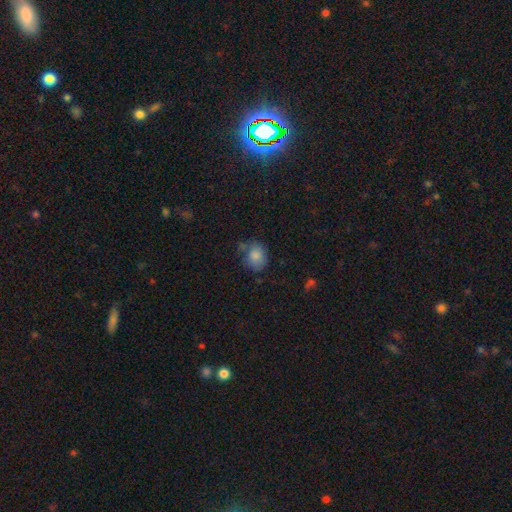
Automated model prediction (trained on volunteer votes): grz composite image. It shows a smooth galaxy with no disk features (82%) that is round (54%). Merging: none (60%).